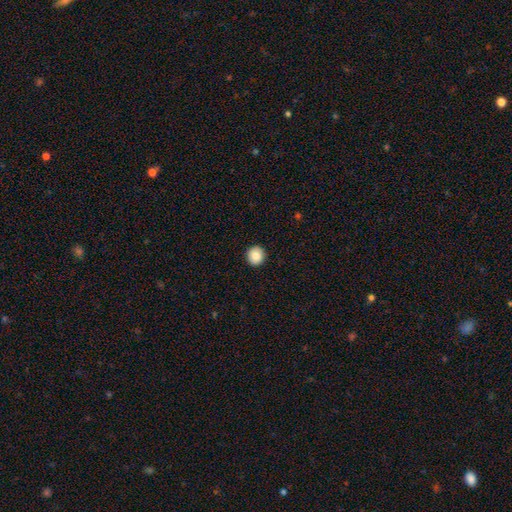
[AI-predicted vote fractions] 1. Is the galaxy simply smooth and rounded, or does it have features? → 86% smooth, 8% star or artifact, 6% featured or disk.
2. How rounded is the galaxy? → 91% round, 8% in between, 1% cigar-shaped.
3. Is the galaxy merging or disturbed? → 92% none, 5% minor disturbance, 2% major disturbance, 1% merger.